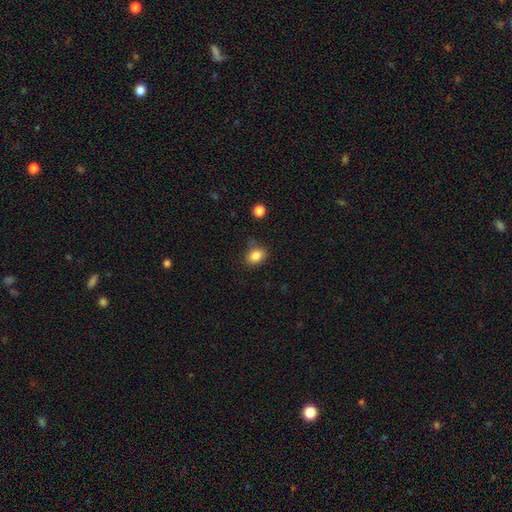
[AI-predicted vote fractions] Smooth or featured?
  - smooth: 85% *
  - star or artifact: 10%
  - featured or disk: 5%
How rounded?
  - in between: 57% *
  - round: 42%
  - cigar-shaped: 1%
Merging?
  - none: 75% *
  - minor disturbance: 17%
  - major disturbance: 4%
  - merger: 4%